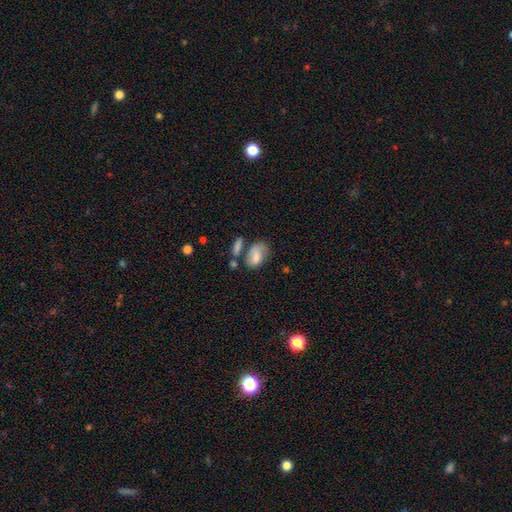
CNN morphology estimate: Overall: smooth (78%). How rounded: in between (89%). Merging: none (41%; minor disturbance 25%).